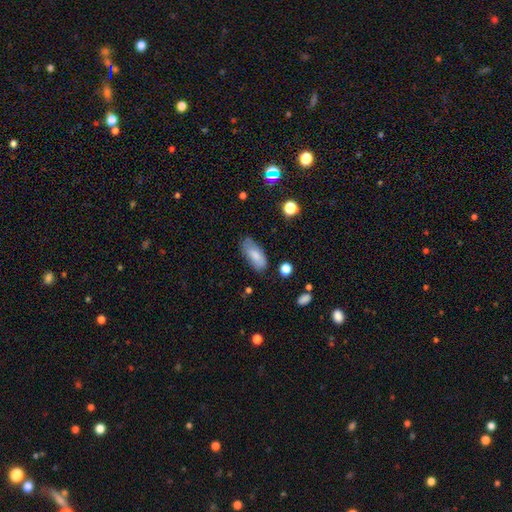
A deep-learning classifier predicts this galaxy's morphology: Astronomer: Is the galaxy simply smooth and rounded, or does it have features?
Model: smooth — 79%.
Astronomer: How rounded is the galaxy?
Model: in between — 85%.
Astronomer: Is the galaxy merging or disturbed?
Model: none — 71%.